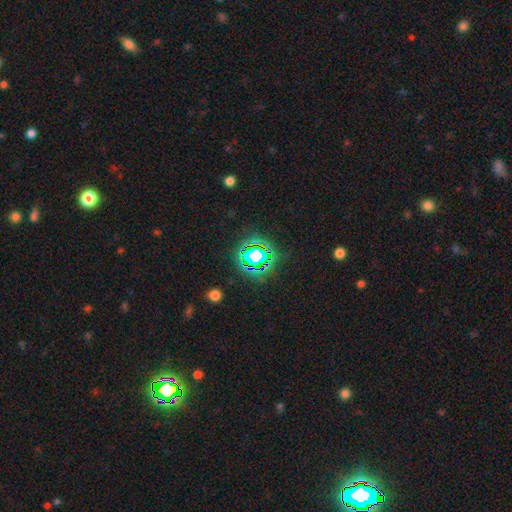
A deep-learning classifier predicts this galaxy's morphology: Overall: star or artifact (70%).